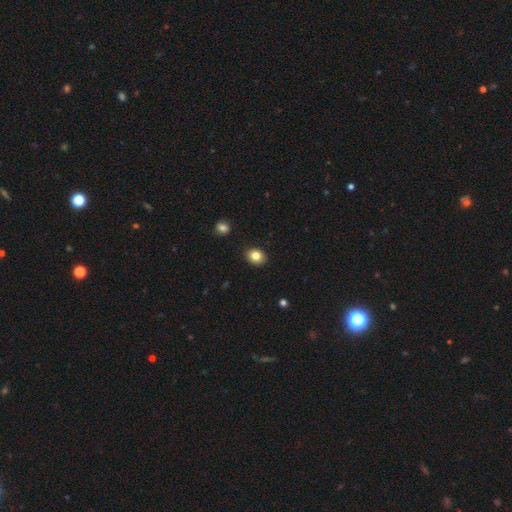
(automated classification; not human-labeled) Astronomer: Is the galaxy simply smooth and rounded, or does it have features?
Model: smooth — 84%.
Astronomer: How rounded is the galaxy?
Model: round — 54% (runner-up: in between, 45%).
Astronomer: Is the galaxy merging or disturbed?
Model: none — 91%.